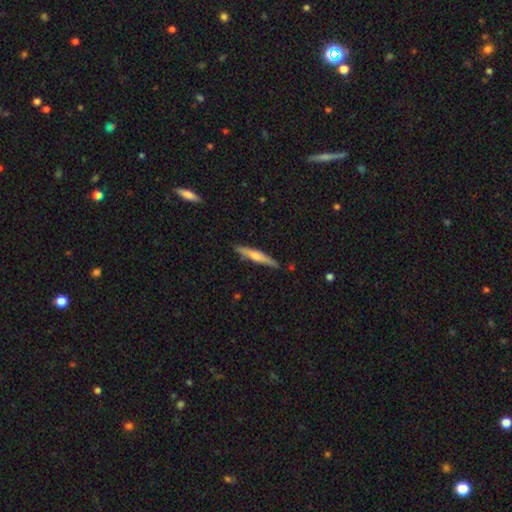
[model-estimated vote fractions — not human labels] smooth-or-featured: featured or disk: 49% | smooth: 46% | star or artifact: 6%
  merging: none: 86% | minor disturbance: 10% | merger: 2% | major disturbance: 2%